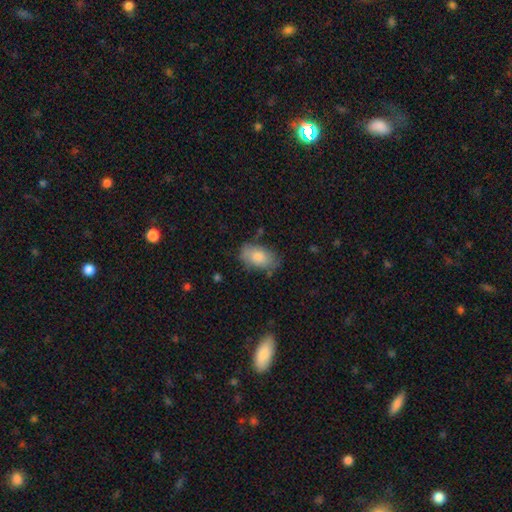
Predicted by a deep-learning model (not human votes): Smooth or featured?
  - smooth: 76% *
  - featured or disk: 16%
  - star or artifact: 8%
How rounded?
  - in between: 92% *
  - round: 7%
  - cigar-shaped: 2%
Merging?
  - none: 71% *
  - minor disturbance: 21%
  - major disturbance: 5%
  - merger: 2%